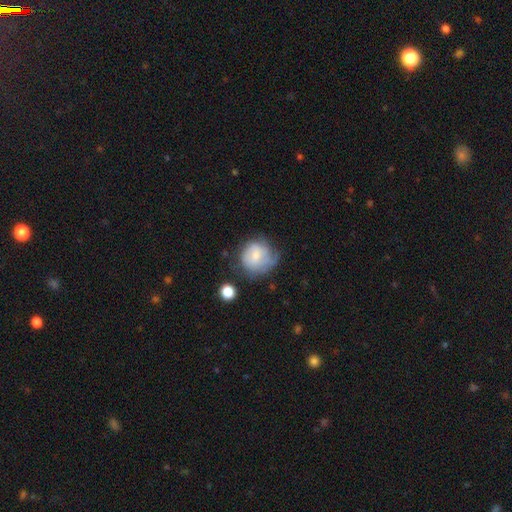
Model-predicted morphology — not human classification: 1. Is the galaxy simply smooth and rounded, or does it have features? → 59% smooth, 33% featured or disk, 8% star or artifact.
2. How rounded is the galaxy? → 80% round, 19% in between, 1% cigar-shaped.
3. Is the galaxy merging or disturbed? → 44% none, 32% minor disturbance, 20% major disturbance, 4% merger.